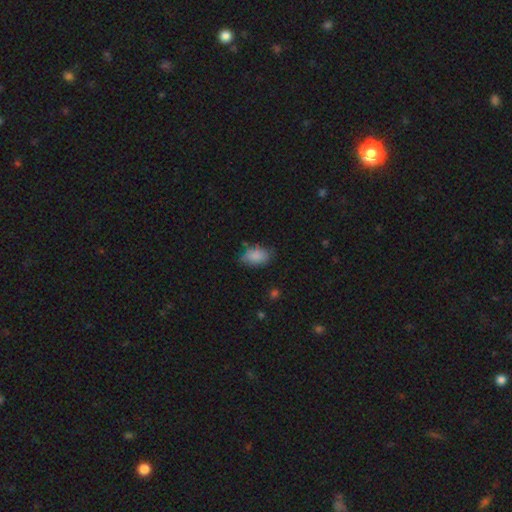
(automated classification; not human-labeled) smooth_or_featured: smooth (p=0.83) [alt: star or artifact p=0.09]
how_rounded: in between (p=0.90) [alt: round p=0.08]
merging: none (p=0.65) [alt: minor disturbance p=0.26]